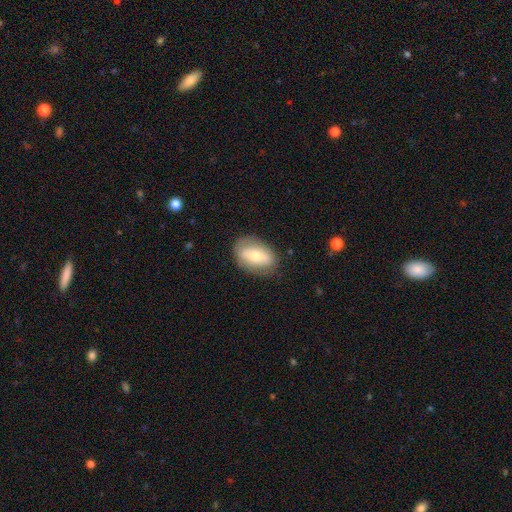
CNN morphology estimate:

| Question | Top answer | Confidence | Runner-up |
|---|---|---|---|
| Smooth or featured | smooth | 63% | featured or disk (30%) |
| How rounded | in between | 85% | round (13%) |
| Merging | none | 78% | minor disturbance (16%) |